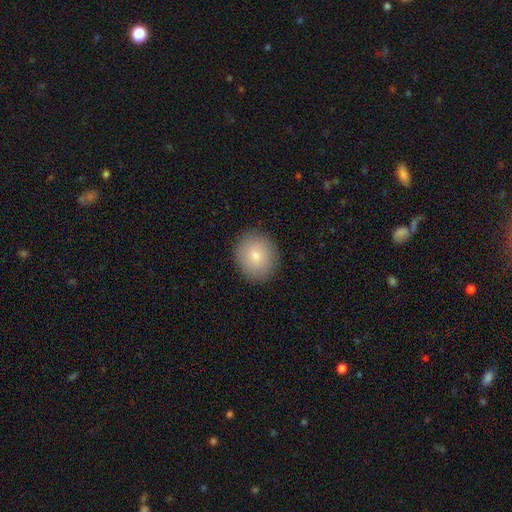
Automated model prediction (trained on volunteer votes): smooth 79%, featured or disk 13%, star or artifact 8%. Down the decision tree: how rounded — round (69%); merging — none (88%).